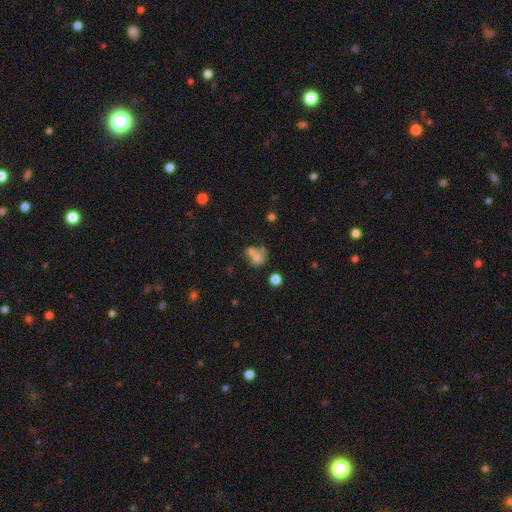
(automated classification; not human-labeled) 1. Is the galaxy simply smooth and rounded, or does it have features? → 64% smooth, 21% featured or disk, 15% star or artifact.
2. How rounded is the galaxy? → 58% round, 41% in between, 1% cigar-shaped.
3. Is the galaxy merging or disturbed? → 50% merger, 28% none, 12% minor disturbance, 10% major disturbance.